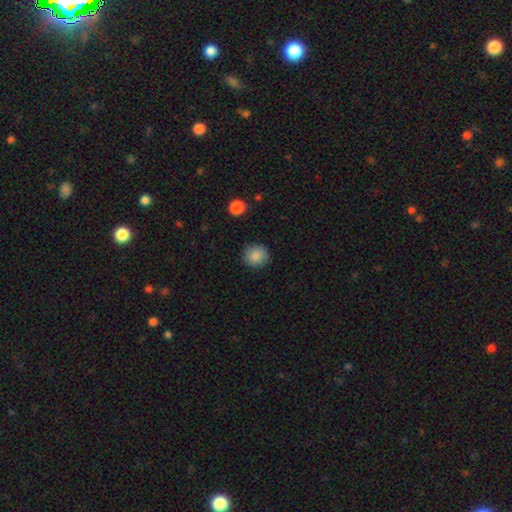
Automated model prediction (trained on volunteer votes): Overall: smooth (87%). How rounded: round (89%). Merging: none (88%).